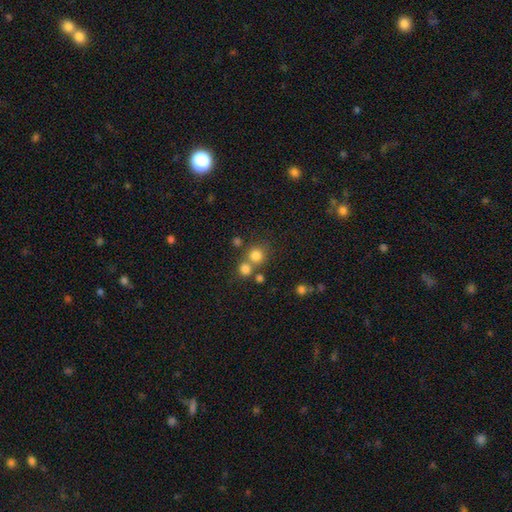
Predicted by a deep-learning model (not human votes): A smooth galaxy with no disk features (78%) that is round (90%). Merging: none (59%).